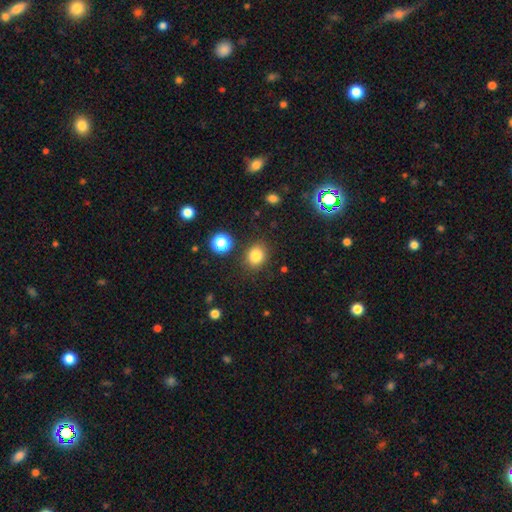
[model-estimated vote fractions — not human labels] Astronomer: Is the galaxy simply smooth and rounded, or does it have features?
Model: smooth — 82%.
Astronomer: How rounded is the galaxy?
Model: round — 64%.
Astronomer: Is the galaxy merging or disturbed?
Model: none — 83%.